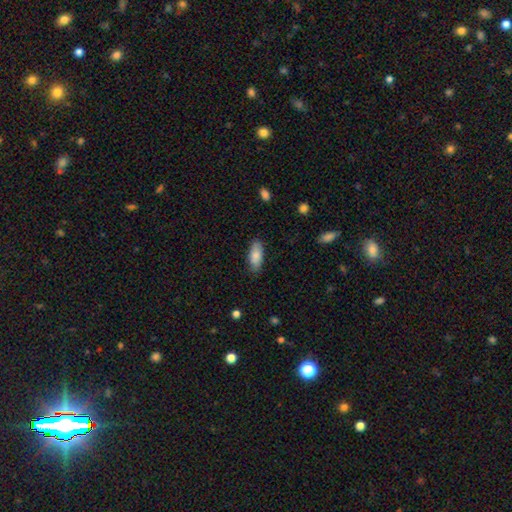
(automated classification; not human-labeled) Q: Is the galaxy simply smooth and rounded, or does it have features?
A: smooth — 83%.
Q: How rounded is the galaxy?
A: in between — 80%.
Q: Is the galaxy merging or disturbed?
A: none — 82%.